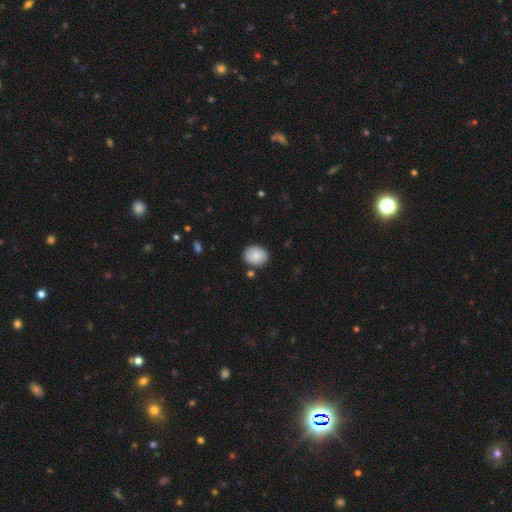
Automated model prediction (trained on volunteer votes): Overall: smooth (80%). How rounded: round (53%; in between 46%). Merging: none (83%).